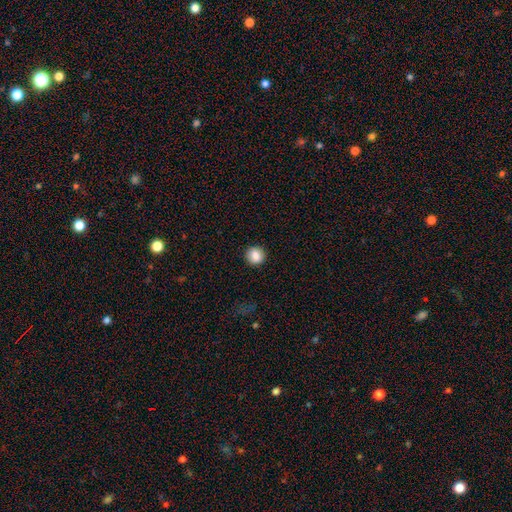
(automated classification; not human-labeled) Q: Smooth or featured?
A: smooth (85%); runner-up: star or artifact (9%)
Q: How rounded?
A: round (90%); runner-up: in between (9%)
Q: Merging?
A: none (91%); runner-up: minor disturbance (6%)